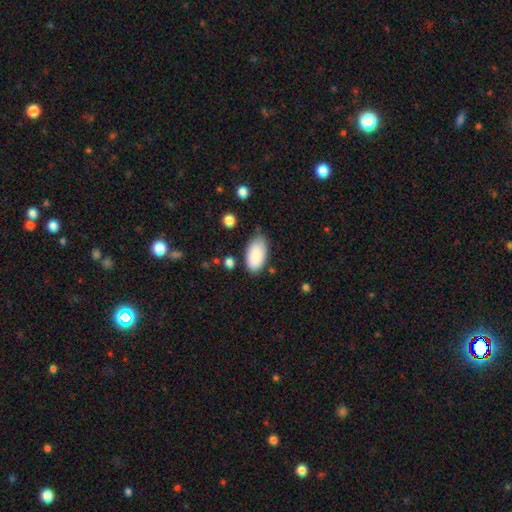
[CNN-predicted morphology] Overall: smooth (88%). How rounded: in between (95%). Merging: none (72%).